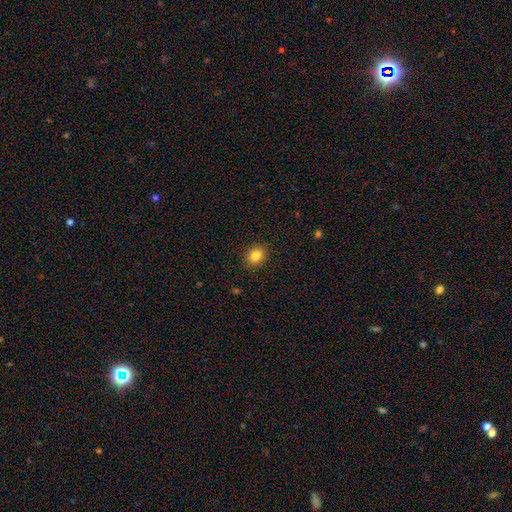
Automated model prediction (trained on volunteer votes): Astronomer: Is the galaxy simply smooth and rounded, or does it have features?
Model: smooth — 84%.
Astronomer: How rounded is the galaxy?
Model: round — 58% (runner-up: in between, 41%).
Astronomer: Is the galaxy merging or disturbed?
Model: none — 89%.